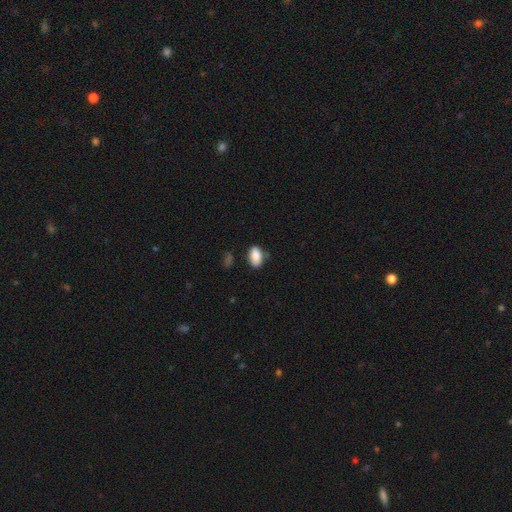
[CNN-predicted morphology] This appears to be a smooth galaxy with no disk features (87%) that is in between round and cigar-shaped (92%). Merging: none (72%).